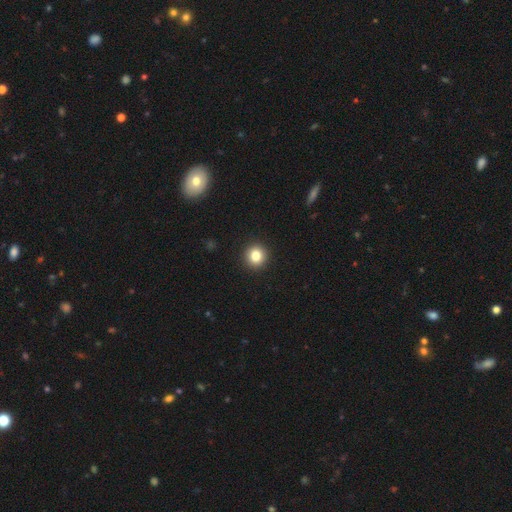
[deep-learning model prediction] Smooth or featured? Predicted: smooth (p=0.83). How rounded? Predicted: round (p=0.93). Merging? Predicted: none (p=0.93).